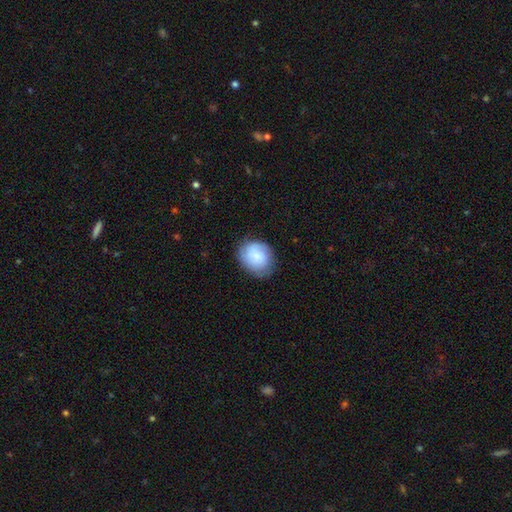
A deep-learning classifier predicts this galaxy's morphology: Smooth or featured? smooth (74%)
How rounded? round (59%)
Merging? none (72%)